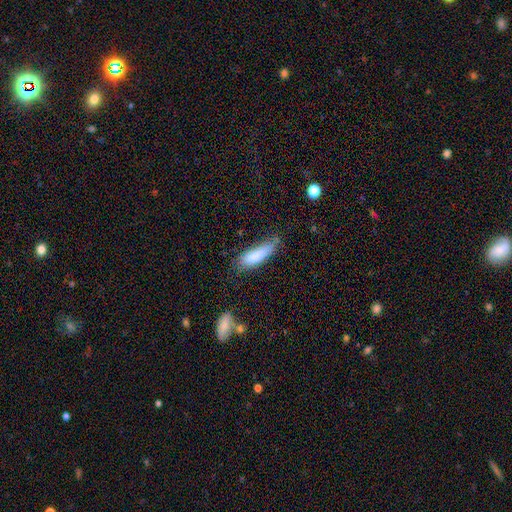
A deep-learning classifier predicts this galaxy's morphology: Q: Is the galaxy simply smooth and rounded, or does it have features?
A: smooth — 83%.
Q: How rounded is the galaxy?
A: cigar-shaped — 49%, tied with in between.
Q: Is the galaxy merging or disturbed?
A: none — 57%.